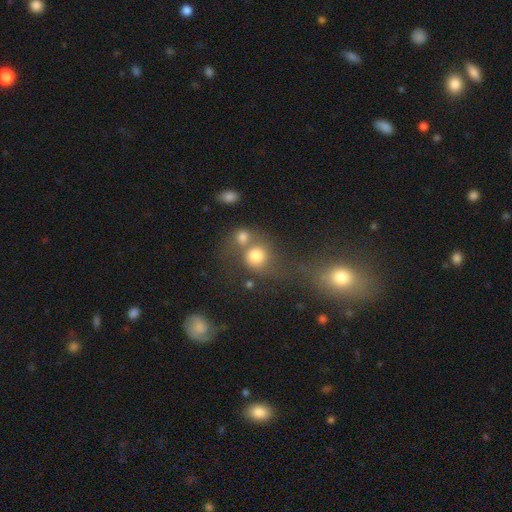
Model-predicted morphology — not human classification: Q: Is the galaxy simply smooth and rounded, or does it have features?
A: smooth — 75%.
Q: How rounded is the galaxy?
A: round — 82%.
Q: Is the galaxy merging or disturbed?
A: merger — 43%.